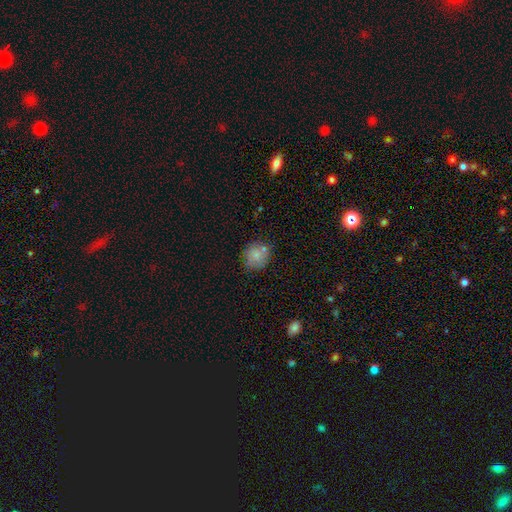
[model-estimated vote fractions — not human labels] A smooth galaxy with no disk features (74%) that is round (79%). Merging: none (65%).